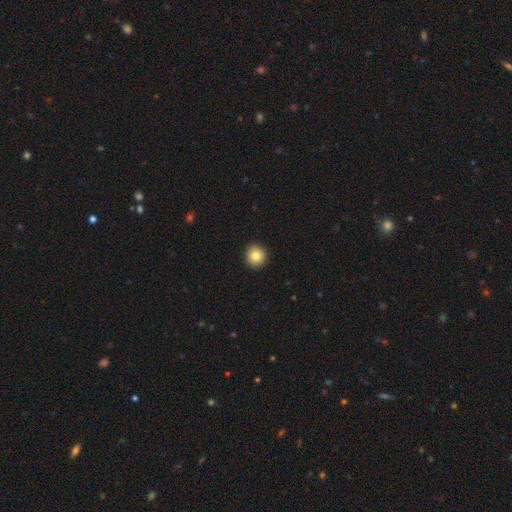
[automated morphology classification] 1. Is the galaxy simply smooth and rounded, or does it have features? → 83% smooth, 9% star or artifact, 8% featured or disk.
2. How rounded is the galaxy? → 92% round, 7% in between, 1% cigar-shaped.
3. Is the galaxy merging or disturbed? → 93% none, 5% minor disturbance, 1% major disturbance, 1% merger.